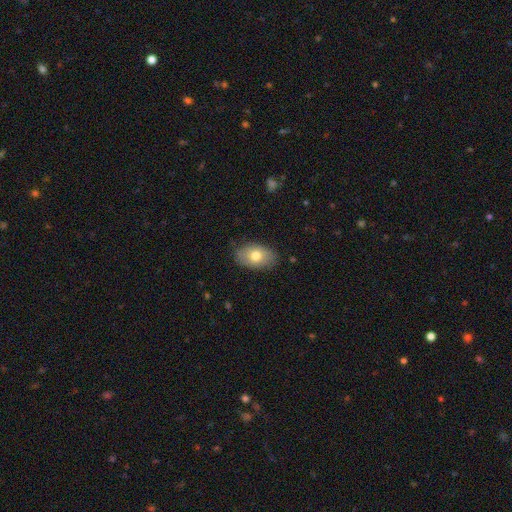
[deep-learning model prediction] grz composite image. It shows a smooth galaxy with no disk features (74%) that is in between round and cigar-shaped (89%). Merging: none (82%).